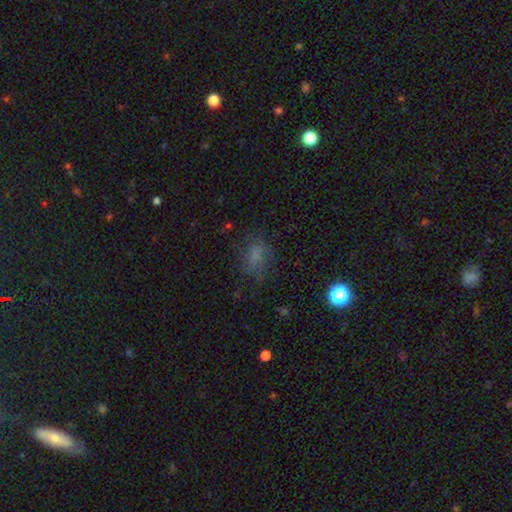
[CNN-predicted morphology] The model was most divided on "how rounded": in between: 64%, round: 33%, cigar-shaped: 2%. More confident: smooth or featured — smooth (65%); merging — none (61%).